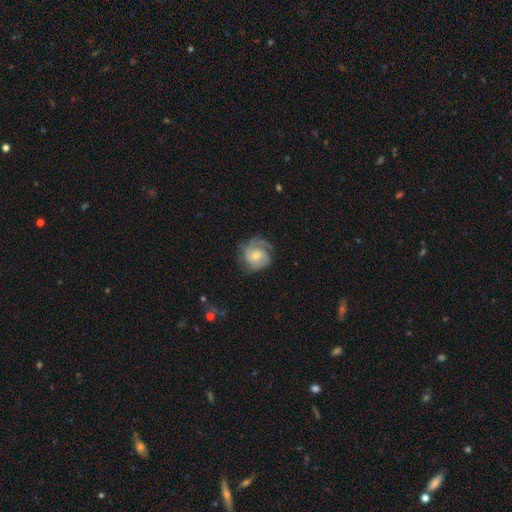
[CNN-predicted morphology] This is likely a featured or disk galaxy (72%). It is clearly not viewed edge-on (98%). Bar: likely no (66%). Spiral arm pattern: clearly yes (92%). Spiral arm count: marginally 2 (34%). Spiral winding: possibly tight (50%). Central bulge: possibly moderate (50%). Merging: likely none (62%).